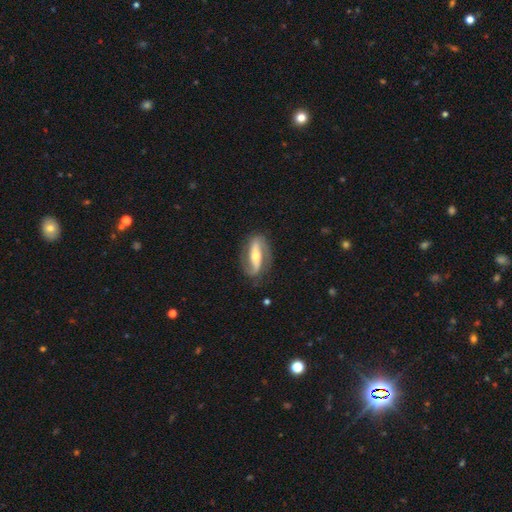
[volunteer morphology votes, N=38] type=featured or disk (74%); edge-on=no (86%); bar=strong (79%); spiral arms=yes (100%); winding=medium (50%); arm count=2 (92%); bulge=moderate (67%); merging=none (77%).